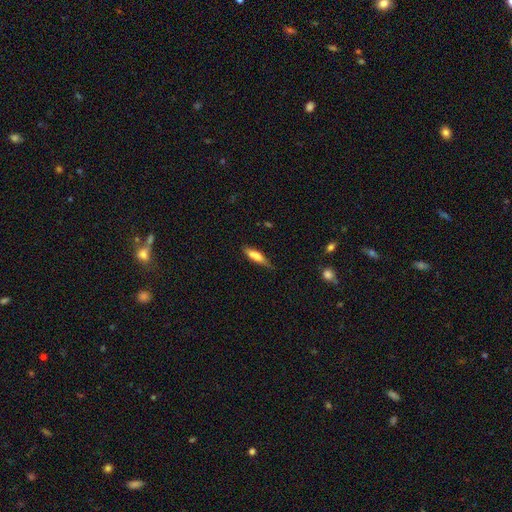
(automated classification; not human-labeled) Morphology: type=smooth (66%); roundness=cigar-shaped (69%); merging=none (61%).